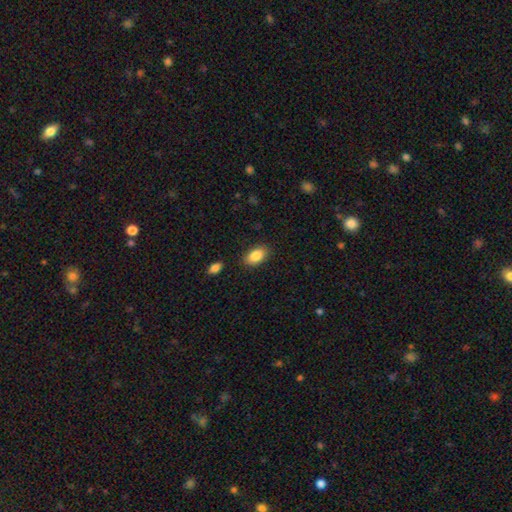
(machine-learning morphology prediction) Q: Smooth or featured?
A: smooth (87%); runner-up: star or artifact (7%)
Q: How rounded?
A: in between (92%); runner-up: round (6%)
Q: Merging?
A: none (86%); runner-up: minor disturbance (10%)